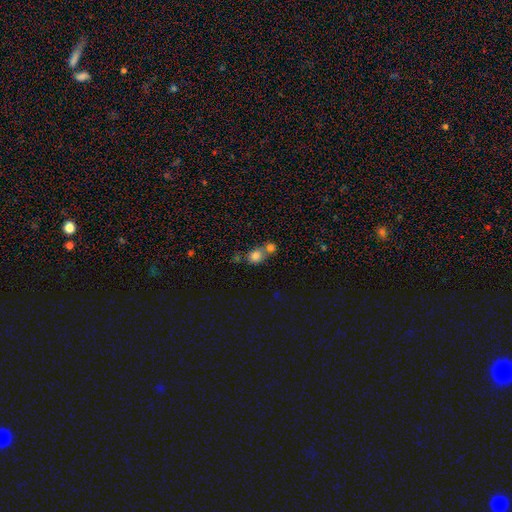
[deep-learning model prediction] Smooth or featured? smooth (79%)
How rounded? round (77%)
Merging? merger (47%)